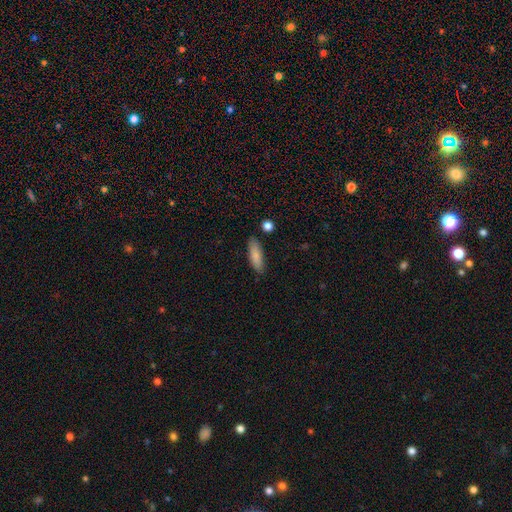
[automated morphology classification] Smooth or featured: smooth — 84% (featured or disk — 10%)
How rounded: in between — 50% (cigar-shaped — 48%)
Merging: none — 85% (minor disturbance — 10%)